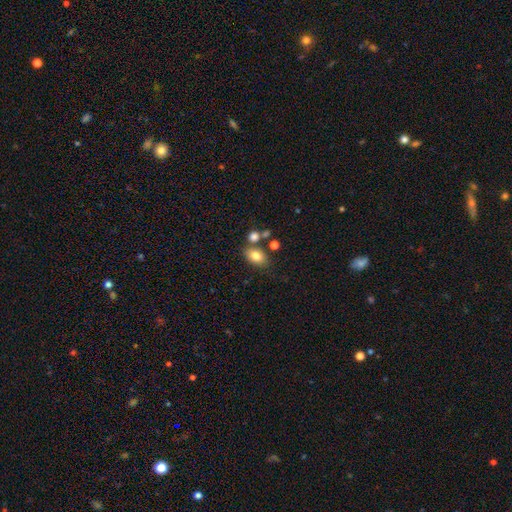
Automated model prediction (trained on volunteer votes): The model was most divided on "merging": none: 67%, merger: 16%, minor disturbance: 13%, major disturbance: 4%. More confident: smooth or featured — smooth (80%); how rounded — in between (79%).